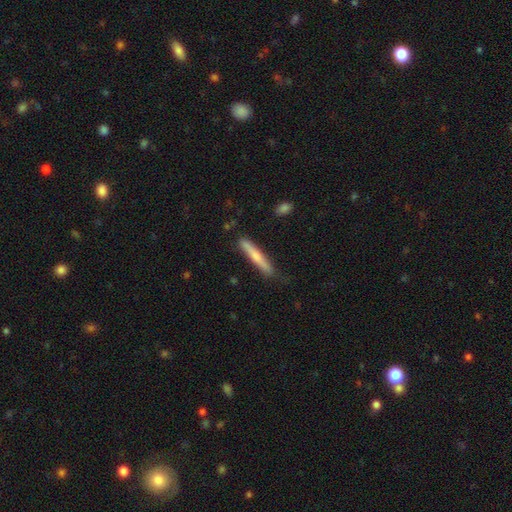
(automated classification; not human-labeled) This is likely a smooth galaxy (63%). How rounded: clearly cigar-shaped (95%). Merging: clearly none (82%).